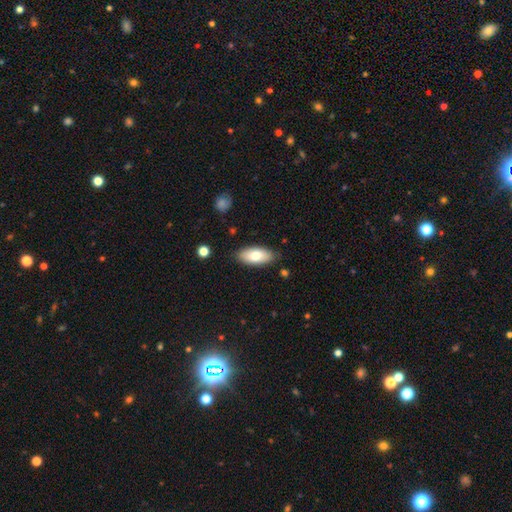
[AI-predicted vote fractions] smooth-or-featured: smooth: 76% | featured or disk: 17% | star or artifact: 6%
  how-rounded: in between: 89% | cigar-shaped: 9% | round: 2%
  merging: none: 84% | minor disturbance: 12% | major disturbance: 2% | merger: 2%